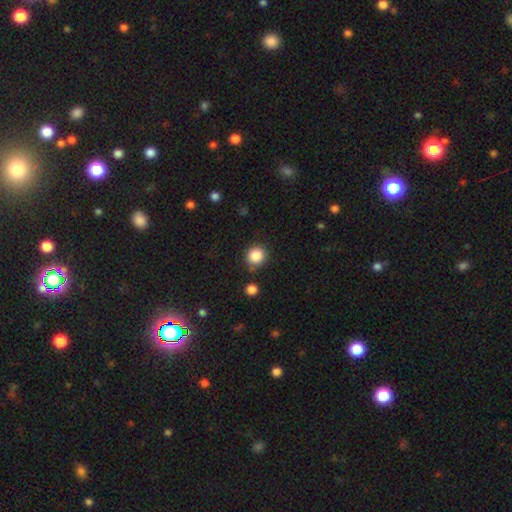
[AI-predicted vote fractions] Q: Smooth or featured?
A: smooth (86%); runner-up: star or artifact (10%)
Q: How rounded?
A: round (90%); runner-up: in between (9%)
Q: Merging?
A: none (81%); runner-up: minor disturbance (11%)